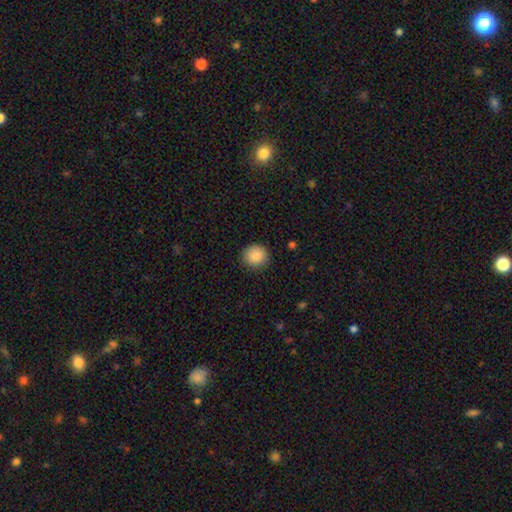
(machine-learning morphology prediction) Smooth or featured? smooth (87%)
How rounded? round (88%)
Merging? none (90%)